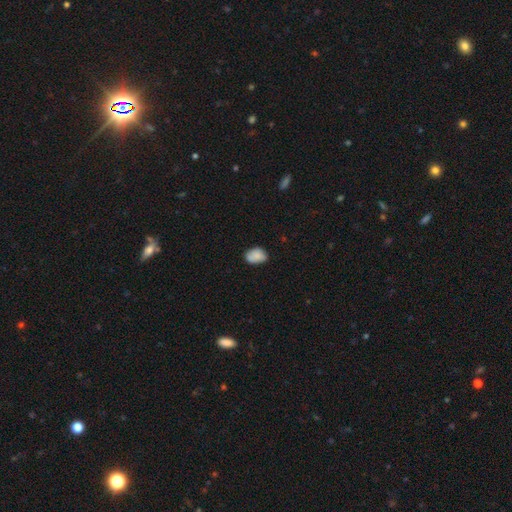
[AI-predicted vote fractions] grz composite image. It shows a smooth galaxy with no disk features (84%) that is in between round and cigar-shaped (78%). Merging: none (69%).